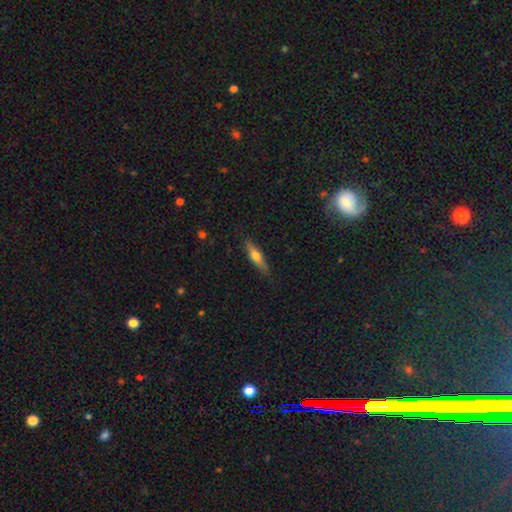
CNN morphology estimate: Q: Smooth or featured?
A: smooth (52%); runner-up: featured or disk (42%)
Q: How rounded?
A: cigar-shaped (76%); runner-up: in between (22%)
Q: Merging?
A: none (85%); runner-up: minor disturbance (12%)